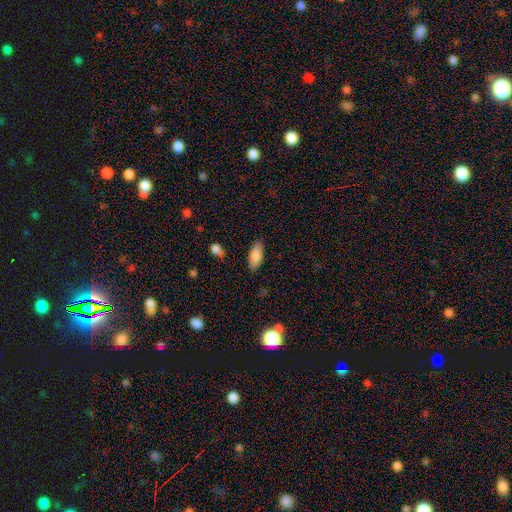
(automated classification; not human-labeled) The model was most divided on "merging": none: 85%, minor disturbance: 11%, major disturbance: 2%, merger: 2%. More confident: how rounded — in between (86%); smooth or featured — smooth (85%).